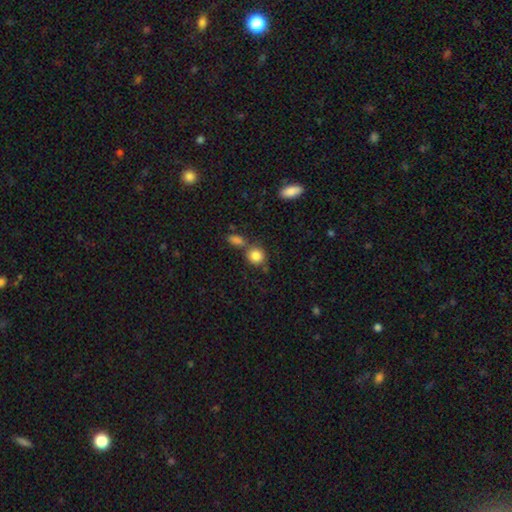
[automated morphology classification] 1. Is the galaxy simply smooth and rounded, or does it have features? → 85% smooth, 9% star or artifact, 6% featured or disk.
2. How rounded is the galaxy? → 80% round, 19% in between, 1% cigar-shaped.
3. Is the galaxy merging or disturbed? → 61% none, 24% merger, 11% minor disturbance, 4% major disturbance.